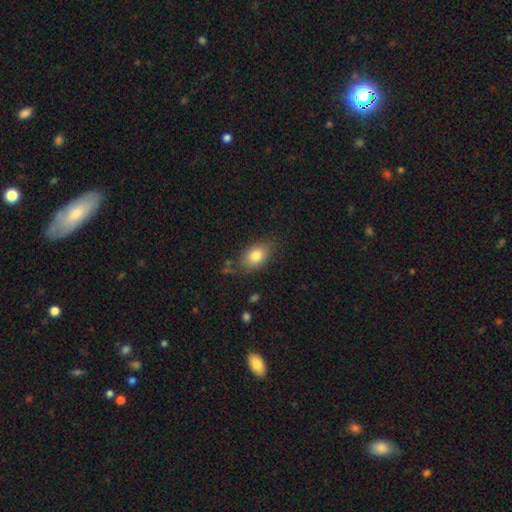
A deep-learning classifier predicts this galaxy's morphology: Smooth or featured: smooth — 80% (featured or disk — 12%)
How rounded: in between — 84% (round — 14%)
Merging: none — 74% (minor disturbance — 18%)